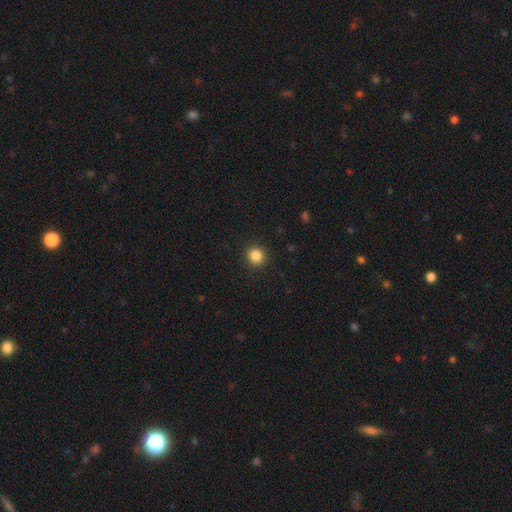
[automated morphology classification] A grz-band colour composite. It shows a smooth galaxy with no disk features (85%) that is round (93%). Merging: none (92%).